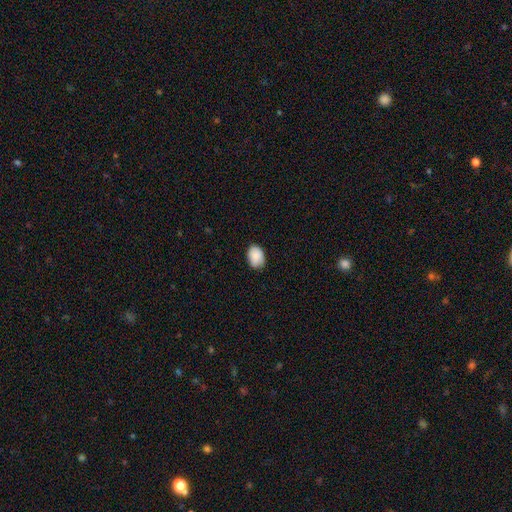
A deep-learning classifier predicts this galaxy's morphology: smooth 87%, star or artifact 7%, featured or disk 5%. Down the decision tree: how rounded — in between (77%); merging — none (75%).